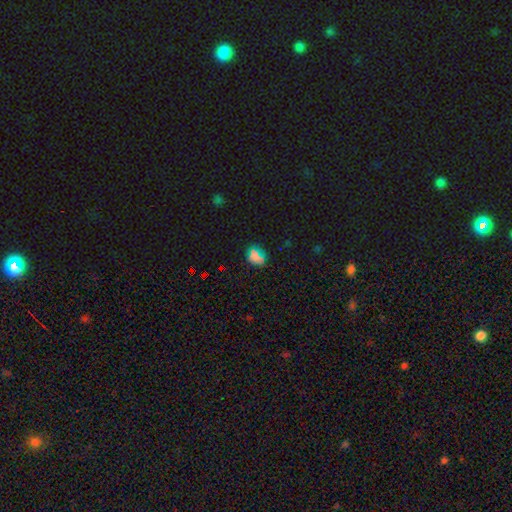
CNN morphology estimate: Smooth or featured? smooth (58%)
How rounded? round (50%)
Merging? none (77%)